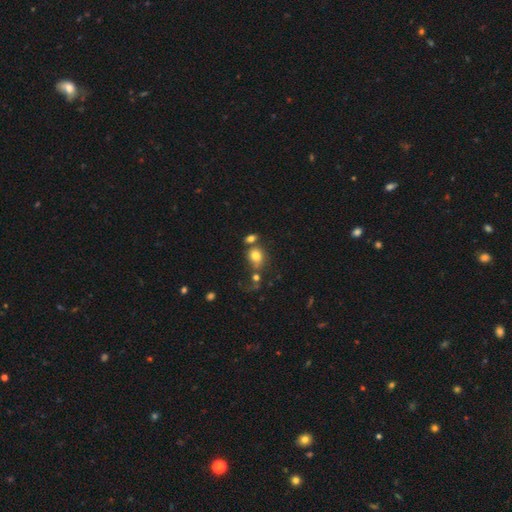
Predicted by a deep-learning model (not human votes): Smooth or featured? Predicted: smooth (p=0.77). How rounded? Predicted: round (p=0.61). Merging? Predicted: none (p=0.46).